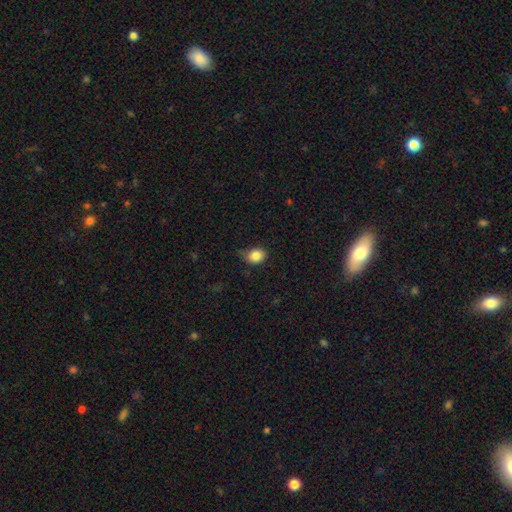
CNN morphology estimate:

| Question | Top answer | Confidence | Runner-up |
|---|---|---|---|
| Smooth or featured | smooth | 85% | star or artifact (10%) |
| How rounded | round | 53% | in between (46%) |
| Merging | none | 64% | minor disturbance (29%) |